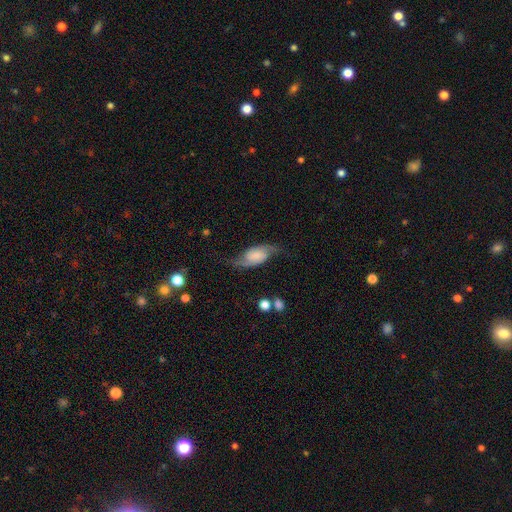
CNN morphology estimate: smooth_or_featured: featured or disk (p=0.69) [alt: smooth p=0.23]
disk_edge_on: no (p=0.92) [alt: yes p=0.08]
bar: no (p=0.55) [alt: weak p=0.33]
has_spiral_arms: yes (p=0.94) [alt: no p=0.06]
spiral_winding: loose (p=0.59) [alt: medium p=0.31]
spiral_arm_count: 2 (p=0.91) [alt: can't tell p=0.03]
bulge_size: none (p=0.39) [alt: small p=0.19]
merging: none (p=0.64) [alt: minor disturbance p=0.21]